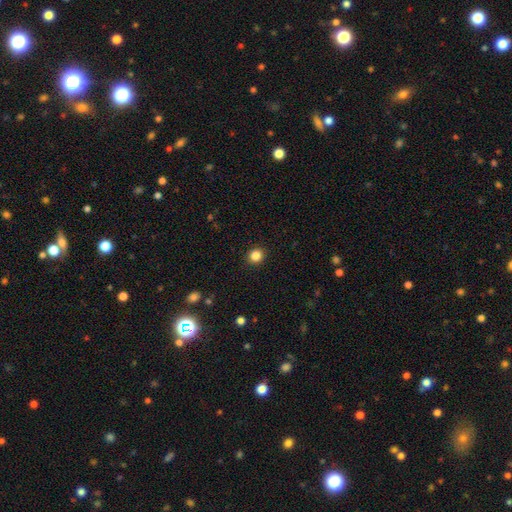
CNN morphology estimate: smooth_or_featured: smooth (p=0.85) [alt: star or artifact p=0.11]
how_rounded: round (p=0.88) [alt: in between p=0.11]
merging: none (p=0.92) [alt: minor disturbance p=0.05]